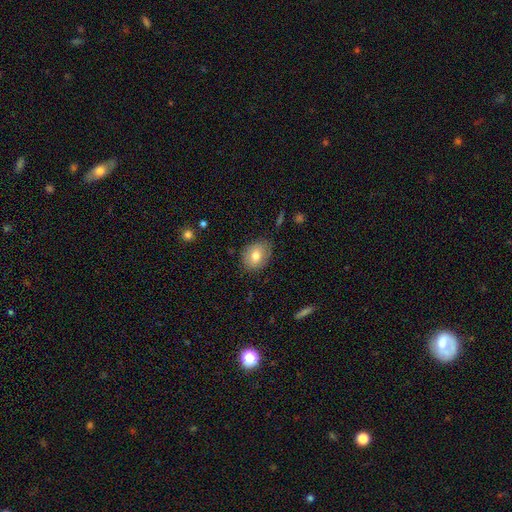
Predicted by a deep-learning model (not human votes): A smooth galaxy with no disk features (74%) that is in between round and cigar-shaped (57%). Merging: none (77%).